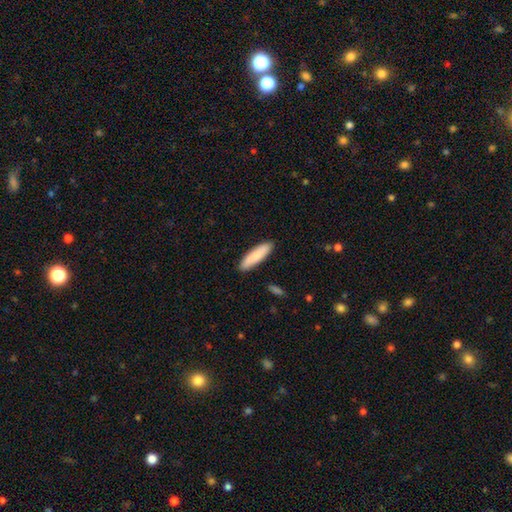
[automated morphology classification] A smooth galaxy with no disk features (85%) that is cigar-shaped (66%). Merging: none (89%).